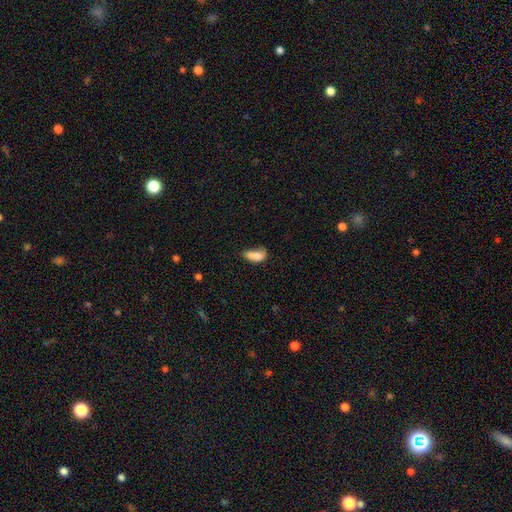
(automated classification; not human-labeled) A smooth galaxy with no disk features (79%) that is in between round and cigar-shaped (86%). Merging: minor disturbance (32%, tied with none).